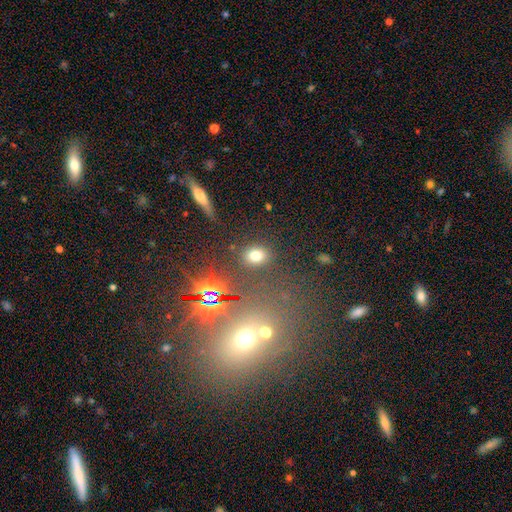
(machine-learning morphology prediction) Smooth or featured? smooth (71%)
How rounded? round (50%)
Merging? none (84%)